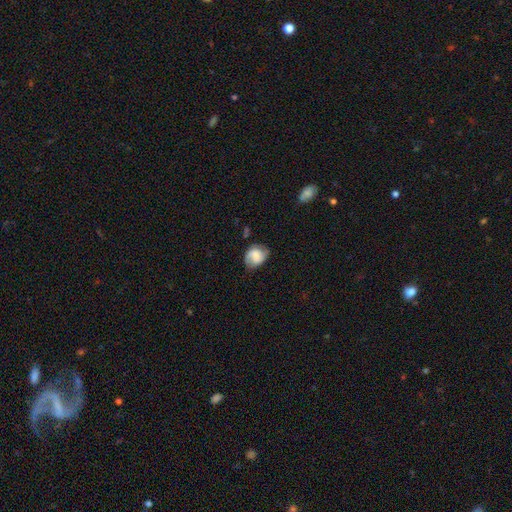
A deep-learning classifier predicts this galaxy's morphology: Q: Smooth or featured?
A: featured or disk (47%); runner-up: smooth (45%)
Q: Merging?
A: none (62%); runner-up: minor disturbance (26%)